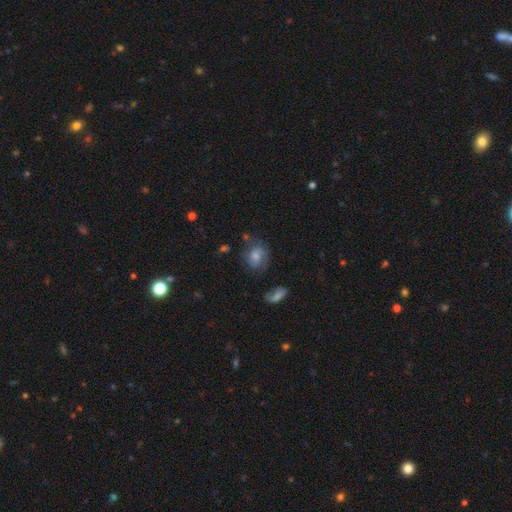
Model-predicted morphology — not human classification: Smooth or featured? featured or disk (50%)
Merging? none (65%)